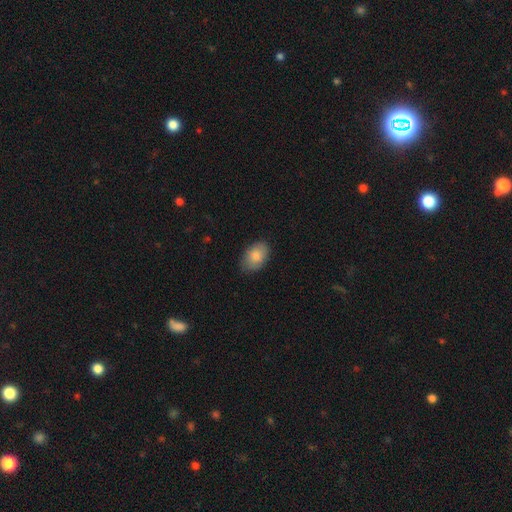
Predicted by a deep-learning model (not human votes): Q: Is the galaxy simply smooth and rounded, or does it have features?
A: smooth — 83%.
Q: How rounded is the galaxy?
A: in between — 88%.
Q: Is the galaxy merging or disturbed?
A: none — 82%.